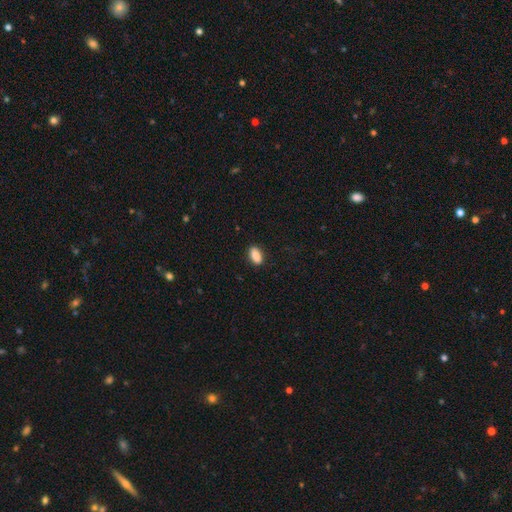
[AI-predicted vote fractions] smooth 89%, star or artifact 7%, featured or disk 4%. Down the decision tree: how rounded — in between (88%); merging — none (87%).